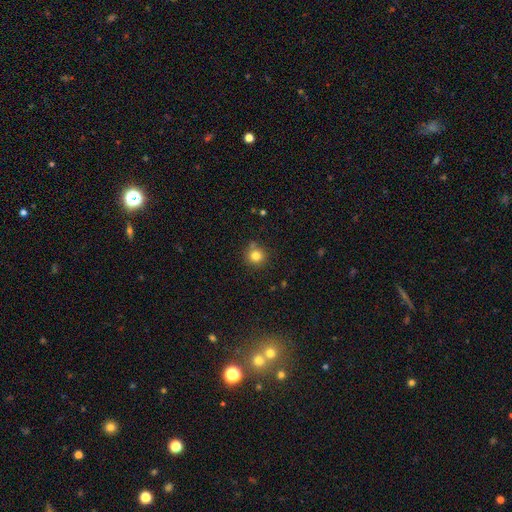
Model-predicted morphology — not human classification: Smooth or featured? Predicted: smooth (p=0.81). How rounded? Predicted: round (p=0.92). Merging? Predicted: none (p=0.79).